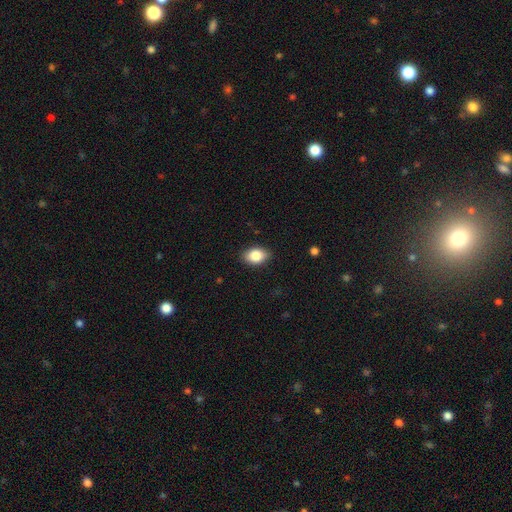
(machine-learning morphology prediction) This appears to be a smooth galaxy with no disk features (85%) that is in between round and cigar-shaped (83%). Merging: none (86%).